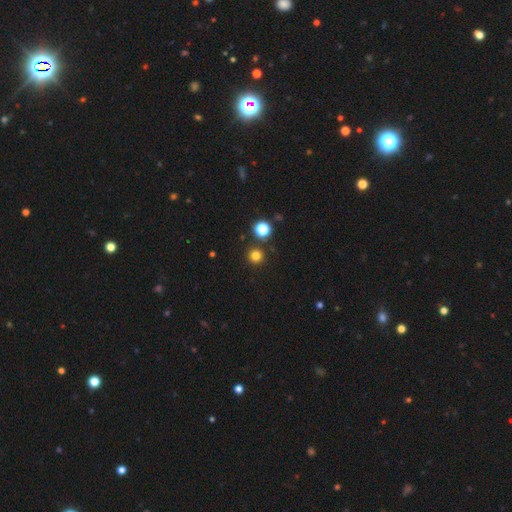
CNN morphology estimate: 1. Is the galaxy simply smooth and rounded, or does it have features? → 79% smooth, 17% star or artifact, 4% featured or disk.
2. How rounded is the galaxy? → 95% round, 4% in between, 1% cigar-shaped.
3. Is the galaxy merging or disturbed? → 89% none, 5% minor disturbance, 4% merger, 2% major disturbance.